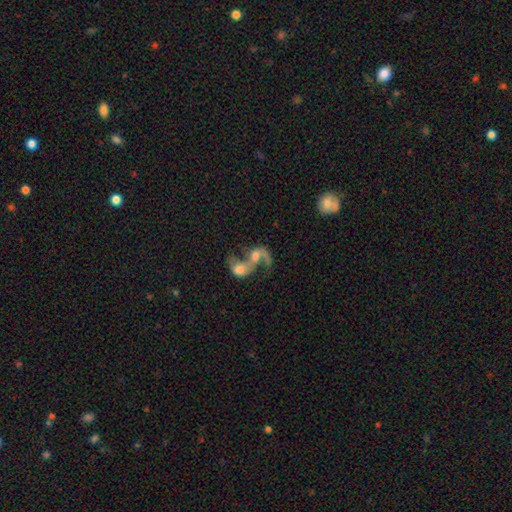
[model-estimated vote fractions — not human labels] Smooth or featured?
  - featured or disk: 57% *
  - smooth: 34%
  - star or artifact: 9%
Edge-on disk?
  - no: 97% *
  - yes: 3%
Bar?
  - no: 68% *
  - weak: 25%
  - strong: 7%
Spiral arms?
  - yes: 66% *
  - no: 34%
Bulge size?
  - moderate: 40% *
  - large: 20%
  - small: 19%
  - none: 17%
  - dominant: 4%
Merging?
  - merger: 81% *
  - major disturbance: 9%
  - none: 7%
  - minor disturbance: 3%